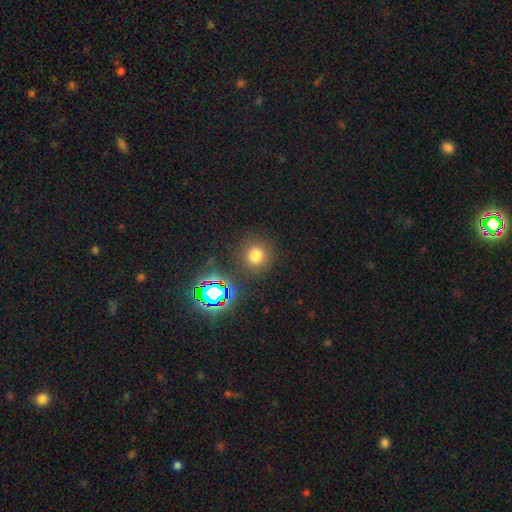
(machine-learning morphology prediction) Smooth or featured? Predicted: smooth (p=0.70). How rounded? Predicted: round (p=0.93). Merging? Predicted: none (p=0.88).